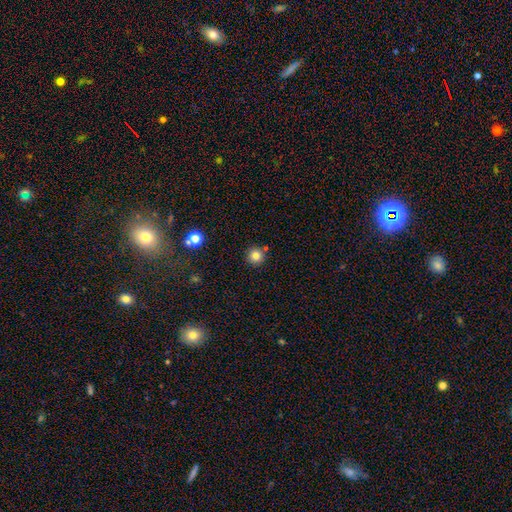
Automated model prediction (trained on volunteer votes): smooth_or_featured: smooth (p=0.82) [alt: star or artifact p=0.12]
how_rounded: round (p=0.95) [alt: in between p=0.04]
merging: none (p=0.86) [alt: minor disturbance p=0.07]